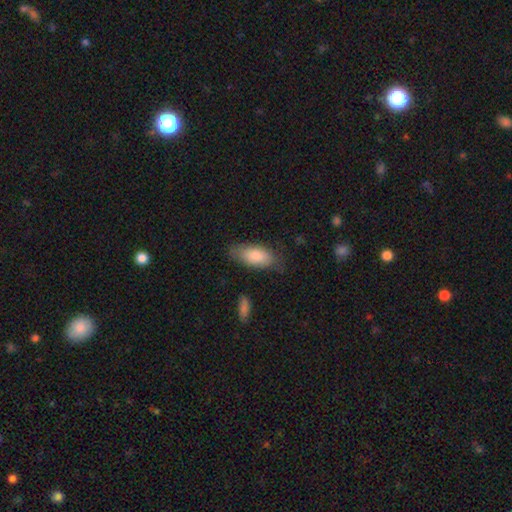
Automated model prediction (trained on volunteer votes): A smooth galaxy with no disk features (82%) that is in between round and cigar-shaped (89%).

Vote fractions:
- Smooth or featured? smooth: 82% / featured or disk: 12% / star or artifact: 6%
- How rounded? in between: 89% / cigar-shaped: 9% / round: 2%
- Merging? none: 73% / minor disturbance: 20% / major disturbance: 4% / merger: 2%